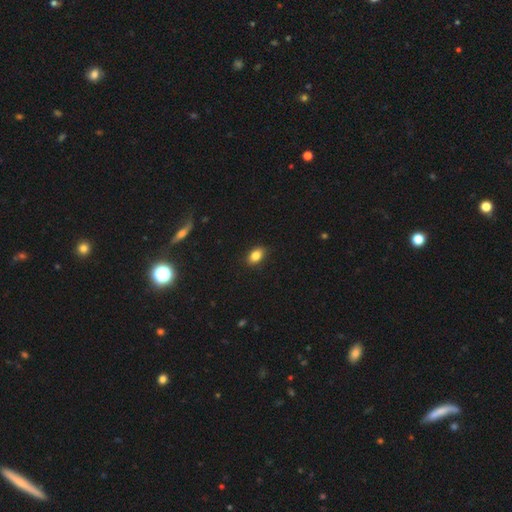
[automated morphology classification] Smooth or featured: smooth — 84% (star or artifact — 9%)
How rounded: in between — 84% (round — 14%)
Merging: none — 88% (minor disturbance — 9%)